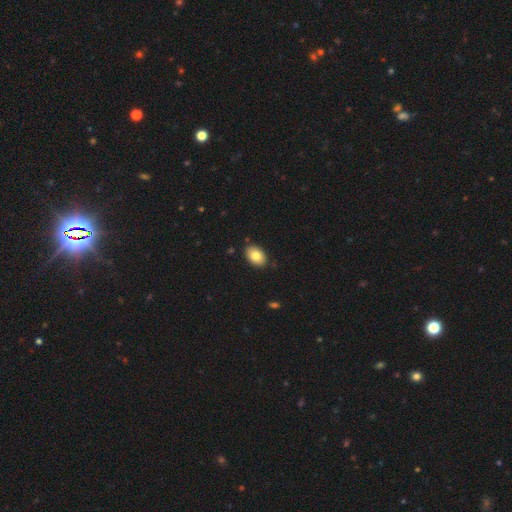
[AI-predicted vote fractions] smooth 82%, featured or disk 10%, star or artifact 7%. Down the decision tree: how rounded — in between (87%); merging — none (87%).